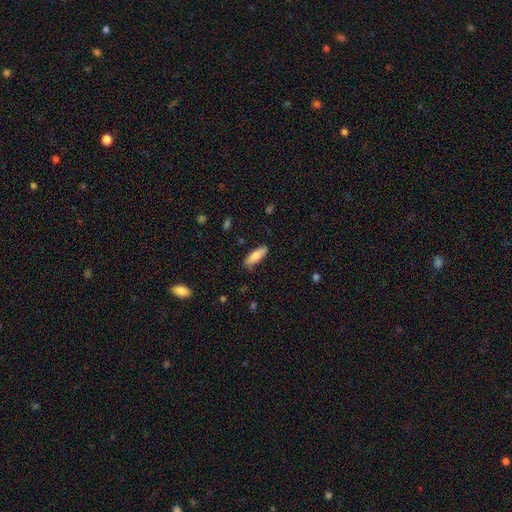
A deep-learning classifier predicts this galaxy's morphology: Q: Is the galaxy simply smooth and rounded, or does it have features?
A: smooth — 81%.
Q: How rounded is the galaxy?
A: in between — 56%.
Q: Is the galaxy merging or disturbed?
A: none — 78%.